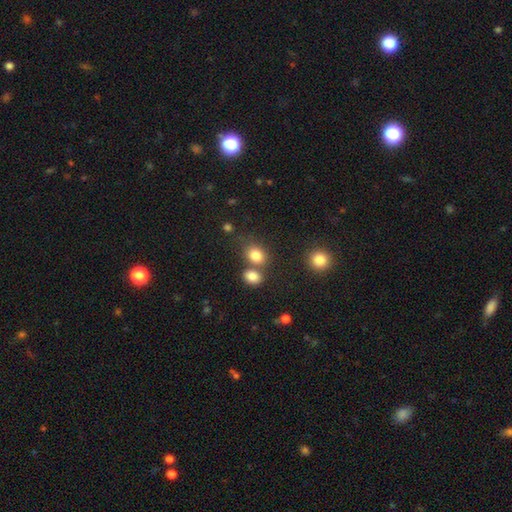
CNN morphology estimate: A smooth galaxy with no disk features (82%) that is round (51%). Merging: none (56%).